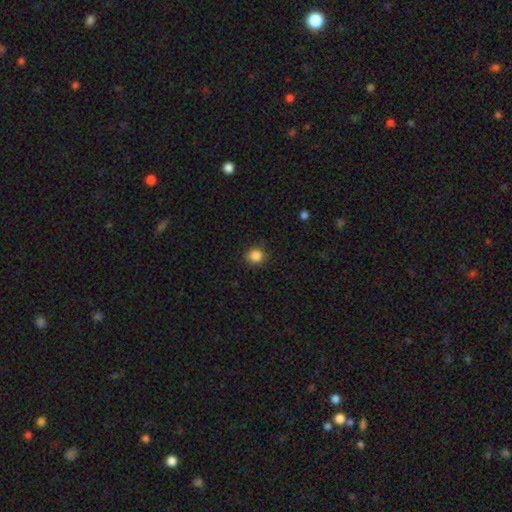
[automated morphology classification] smooth-or-featured: smooth: 86% | star or artifact: 11% | featured or disk: 3%
  how-rounded: round: 83% | in between: 16% | cigar-shaped: 1%
  merging: none: 87% | minor disturbance: 9% | major disturbance: 3% | merger: 1%